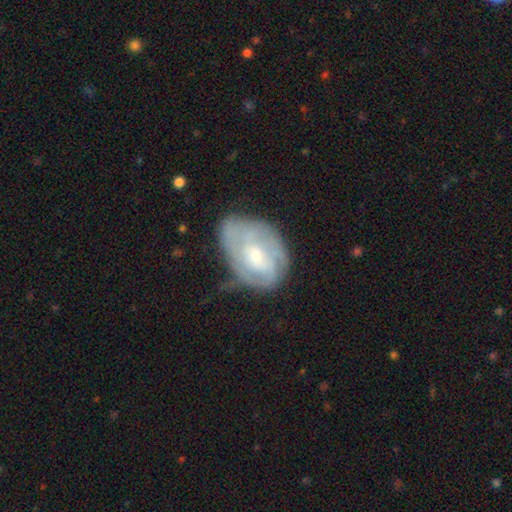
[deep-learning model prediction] The model was most divided on "bulge size": small: 51%, moderate: 43%, large: 3%, none: 2%, dominant: 1%. Remaining: edge-on disk — no (96%); spiral arms — yes (79%); smooth or featured — featured or disk (68%); bar — no (57%); spiral winding — tight (55%); merging — none (52%); spiral arm count — can't tell (47%).